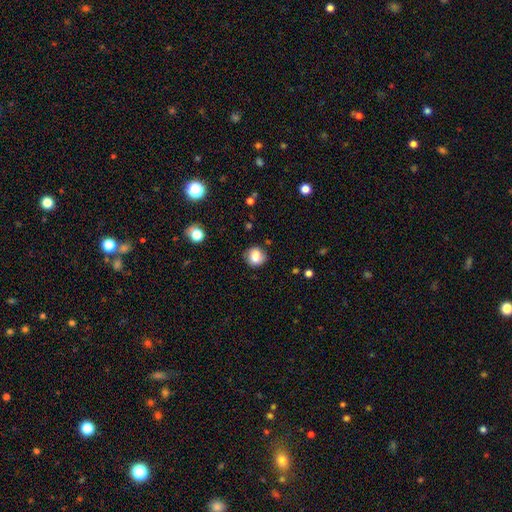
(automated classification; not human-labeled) smooth_or_featured: smooth (p=0.77) [alt: featured or disk p=0.13]
how_rounded: round (p=0.75) [alt: in between p=0.24]
merging: none (p=0.79) [alt: minor disturbance p=0.15]